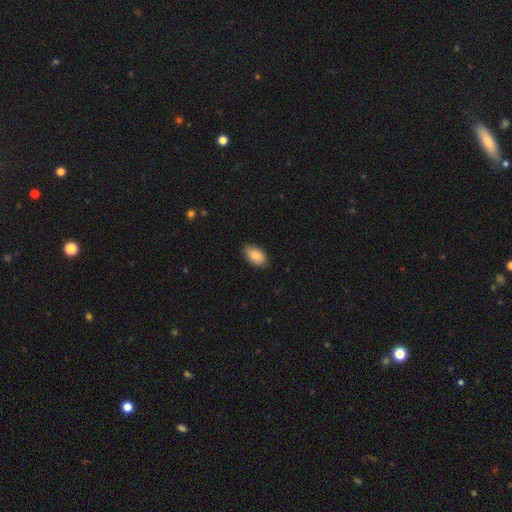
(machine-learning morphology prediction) Smooth or featured?
  - smooth: 85% *
  - featured or disk: 8%
  - star or artifact: 7%
How rounded?
  - in between: 93% *
  - round: 6%
  - cigar-shaped: 2%
Merging?
  - none: 86% *
  - minor disturbance: 12%
  - major disturbance: 2%
  - merger: 1%